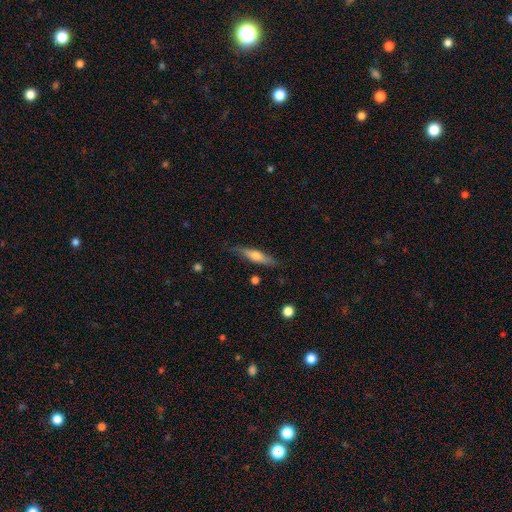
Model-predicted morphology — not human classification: smooth 51%, featured or disk 44%, star or artifact 6%. Down the decision tree: how rounded — cigar-shaped (80%); merging — none (76%).